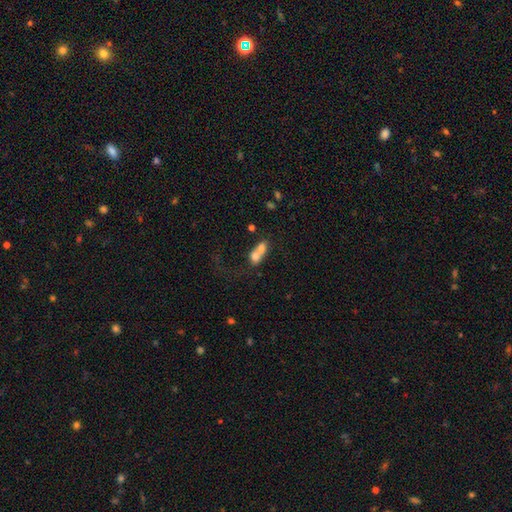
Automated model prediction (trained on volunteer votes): Smooth or featured? smooth (66%)
How rounded? in between (54%)
Merging? merger (74%)